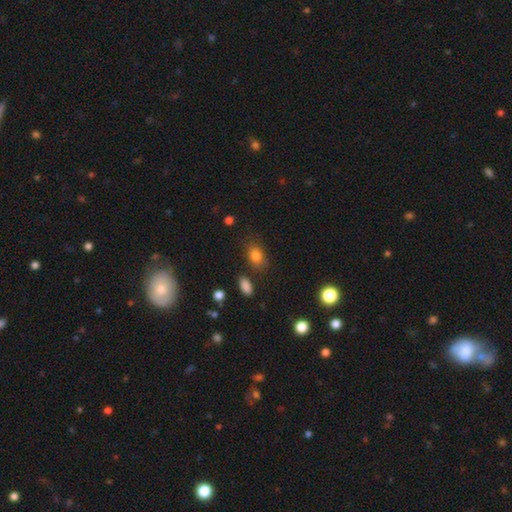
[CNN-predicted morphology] Overall: smooth (82%). How rounded: in between (70%). Merging: none (76%).